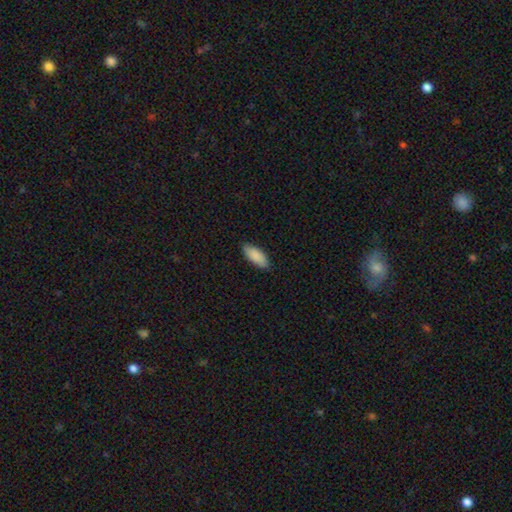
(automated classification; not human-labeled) Smooth or featured?
  - smooth: 90% *
  - star or artifact: 5%
  - featured or disk: 5%
How rounded?
  - in between: 84% *
  - cigar-shaped: 15%
  - round: 2%
Merging?
  - none: 87% *
  - minor disturbance: 10%
  - major disturbance: 2%
  - merger: 1%